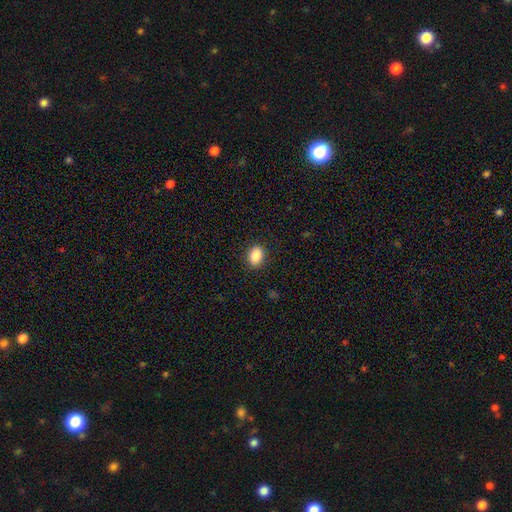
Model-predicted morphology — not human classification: Smooth or featured?
  - smooth: 87% *
  - star or artifact: 9%
  - featured or disk: 4%
How rounded?
  - in between: 70% *
  - round: 29%
  - cigar-shaped: 1%
Merging?
  - none: 89% *
  - minor disturbance: 8%
  - major disturbance: 2%
  - merger: 1%